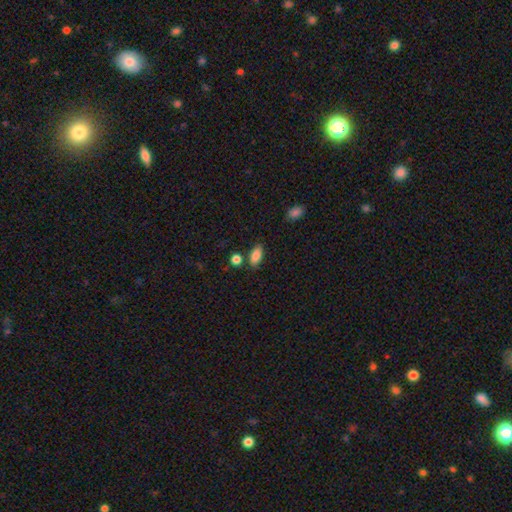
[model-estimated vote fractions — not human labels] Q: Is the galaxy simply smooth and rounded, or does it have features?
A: smooth — 86%.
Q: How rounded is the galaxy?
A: in between — 88%.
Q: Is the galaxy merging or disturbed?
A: none — 77%.